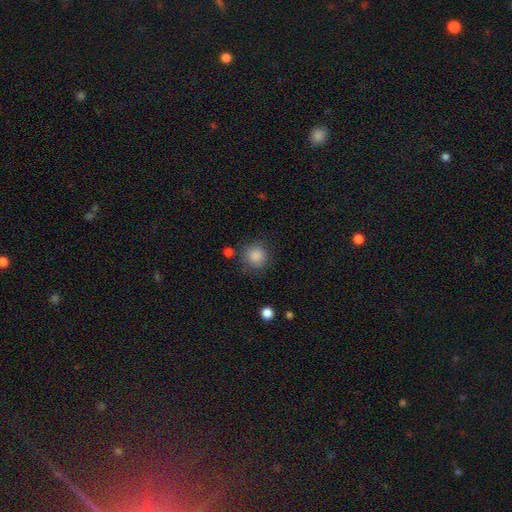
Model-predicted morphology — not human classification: Smooth or featured? smooth (86%)
How rounded? round (92%)
Merging? none (84%)